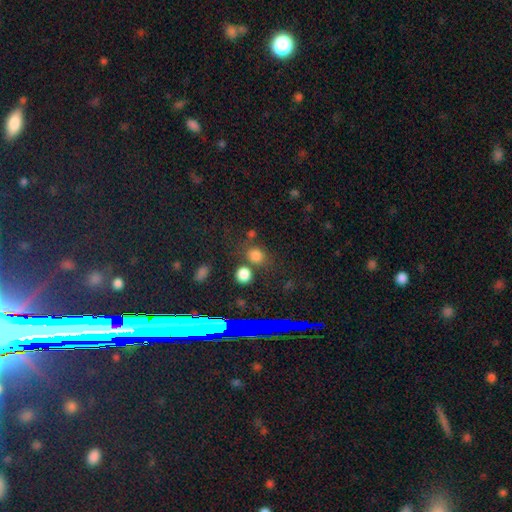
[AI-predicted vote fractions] Morphology: type=smooth (76%); roundness=round (76%); merging=none (69%).